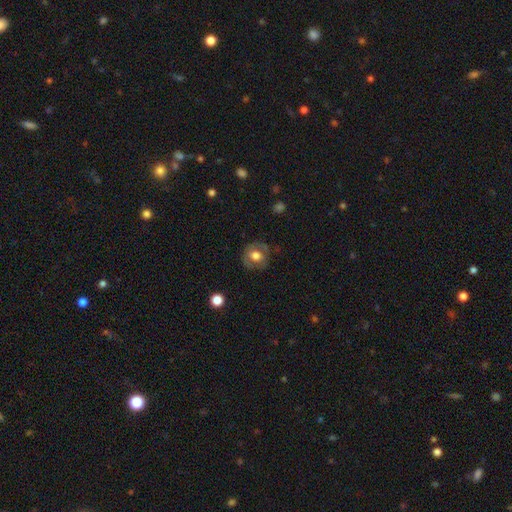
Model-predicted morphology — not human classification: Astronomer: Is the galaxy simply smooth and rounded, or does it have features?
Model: smooth — 58%.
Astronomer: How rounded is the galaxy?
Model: round — 79%.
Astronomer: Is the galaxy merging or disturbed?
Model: none — 76%.